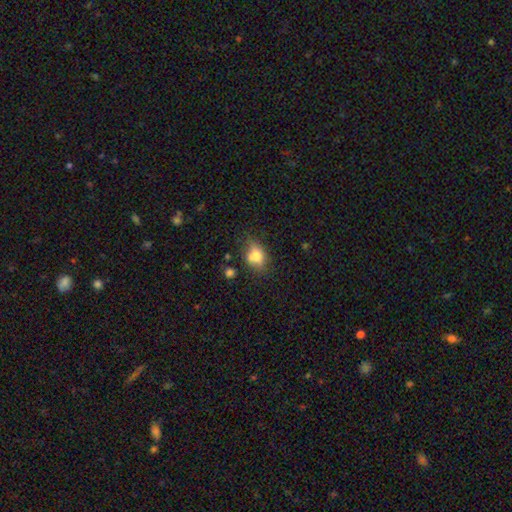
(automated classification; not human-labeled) Morphology: type=smooth (71%); roundness=in between (62%); merging=none (54%).